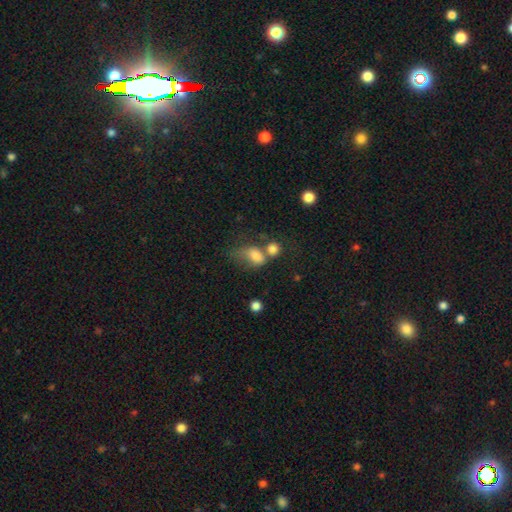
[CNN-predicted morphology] This appears to be a smooth galaxy with no disk features (76%) that is in between round and cigar-shaped (77%). Merging: merger (43%).